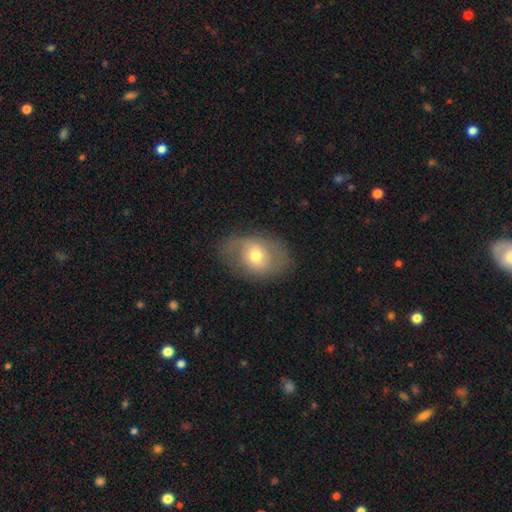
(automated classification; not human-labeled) smooth_or_featured: smooth (p=0.53) [alt: featured or disk p=0.39]
how_rounded: in between (p=0.71) [alt: round p=0.28]
merging: none (p=0.72) [alt: minor disturbance p=0.18]